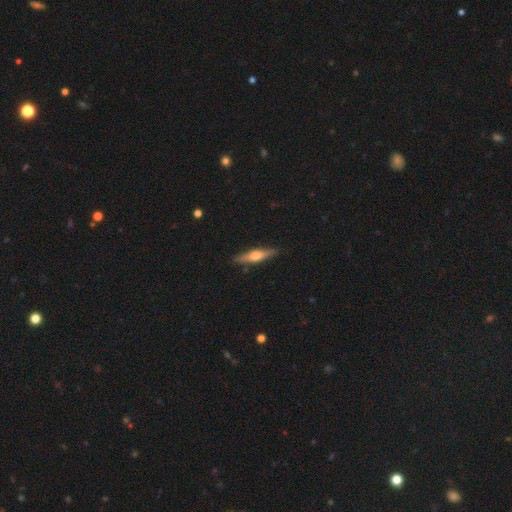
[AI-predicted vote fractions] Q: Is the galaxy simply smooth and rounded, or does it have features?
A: featured or disk — 58%.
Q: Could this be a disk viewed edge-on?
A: yes — 95%.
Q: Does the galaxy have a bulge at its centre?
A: rounded — 89%.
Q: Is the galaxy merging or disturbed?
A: none — 88%.